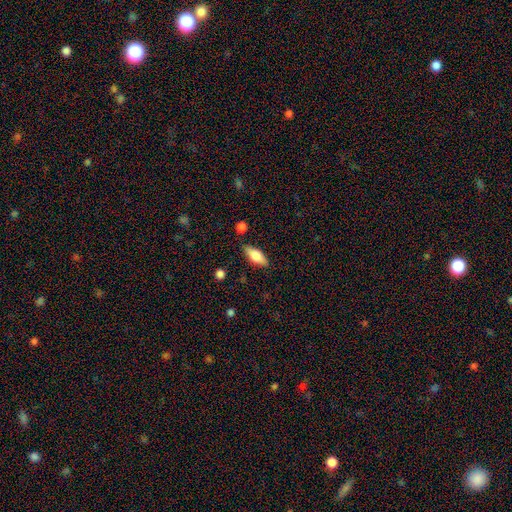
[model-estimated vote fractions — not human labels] This appears to be a smooth galaxy with no disk features (73%) that is in between round and cigar-shaped (80%). Merging: none (84%).